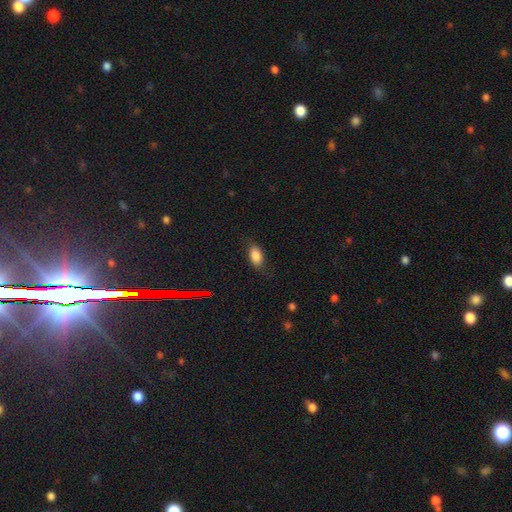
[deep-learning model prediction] Q: Smooth or featured?
A: smooth (83%); runner-up: star or artifact (9%)
Q: How rounded?
A: in between (89%); runner-up: round (7%)
Q: Merging?
A: none (74%); runner-up: minor disturbance (18%)